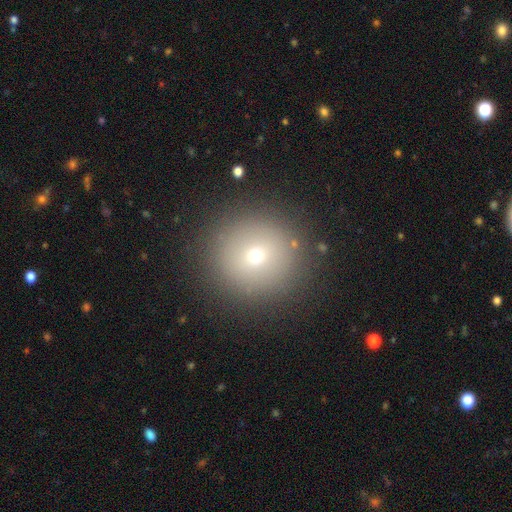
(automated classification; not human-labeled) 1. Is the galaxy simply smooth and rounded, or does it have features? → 66% smooth, 18% star or artifact, 16% featured or disk.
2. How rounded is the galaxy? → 93% round, 6% in between, 1% cigar-shaped.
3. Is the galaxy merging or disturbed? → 89% none, 7% minor disturbance, 3% major disturbance, 1% merger.